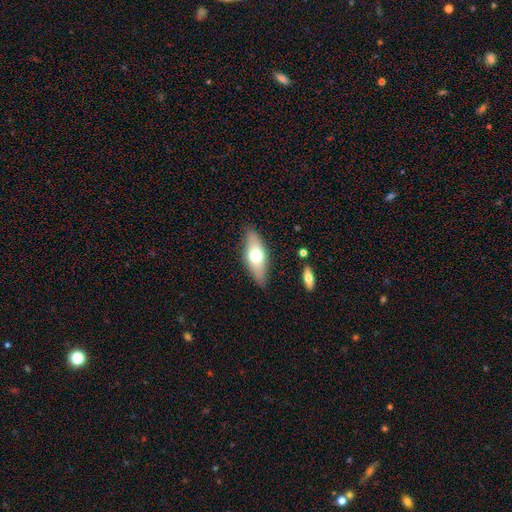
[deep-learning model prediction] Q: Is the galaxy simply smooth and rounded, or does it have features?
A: smooth — 58%.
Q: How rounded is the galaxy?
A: in between — 69%.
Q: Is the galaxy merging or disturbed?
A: none — 84%.